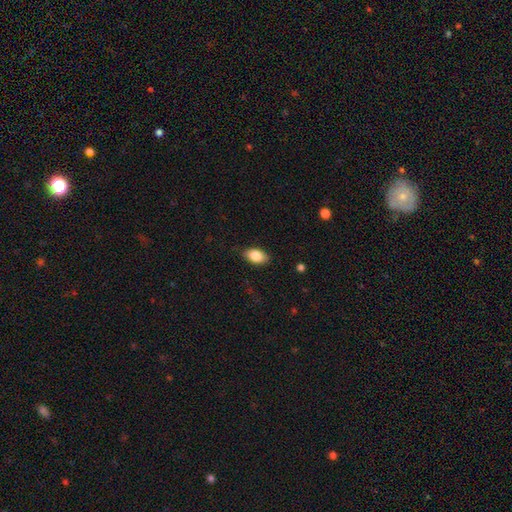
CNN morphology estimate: Smooth or featured? smooth (85%)
How rounded? in between (91%)
Merging? none (85%)